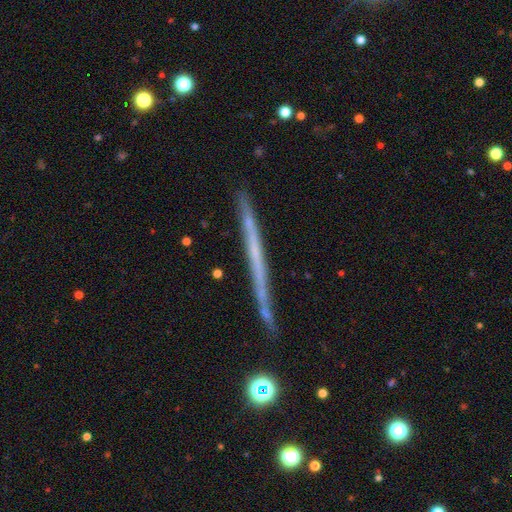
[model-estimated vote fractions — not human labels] The model was most divided on "smooth or featured": featured or disk: 60%, smooth: 33%, star or artifact: 7%. More confident: edge-on disk — yes (97%); edge-on bulge — none (93%); merging — none (87%).